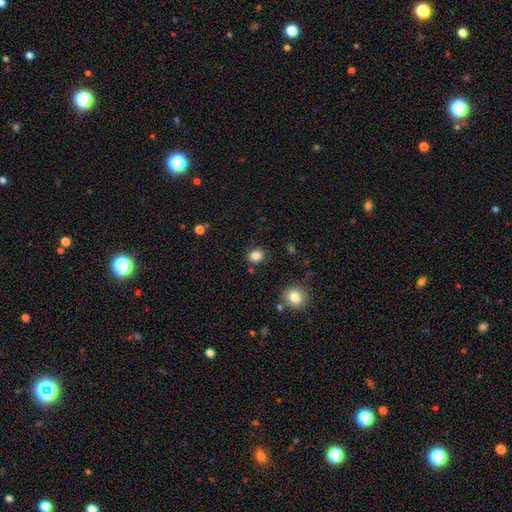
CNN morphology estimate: Smooth or featured? Predicted: smooth (p=0.85). How rounded? Predicted: round (p=0.55). Merging? Predicted: none (p=0.85).